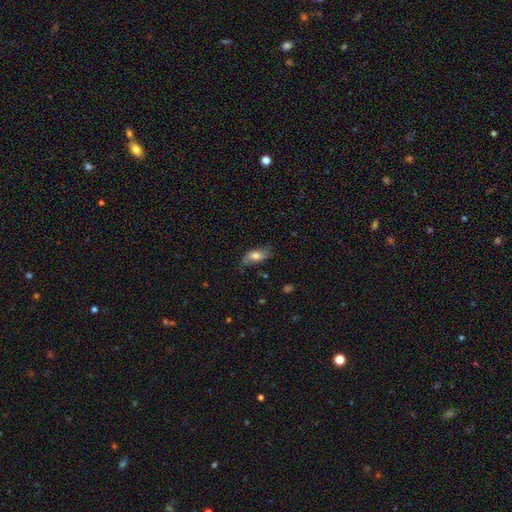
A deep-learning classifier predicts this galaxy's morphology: Overall: smooth (66%; featured or disk 27%). How rounded: in between (83%). Merging: none (68%).